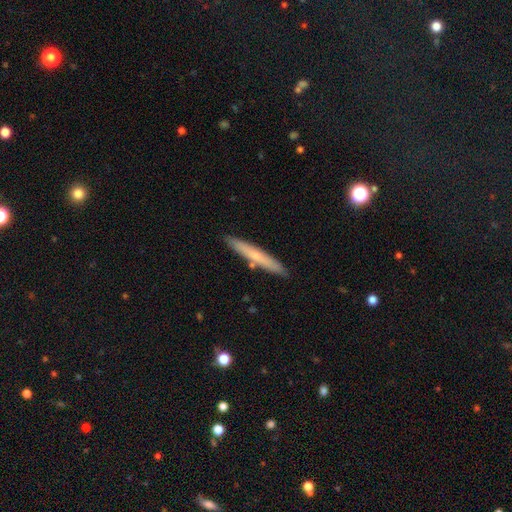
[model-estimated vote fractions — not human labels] A smooth galaxy with no disk features (55%) that is cigar-shaped (95%). Merging: none (87%).